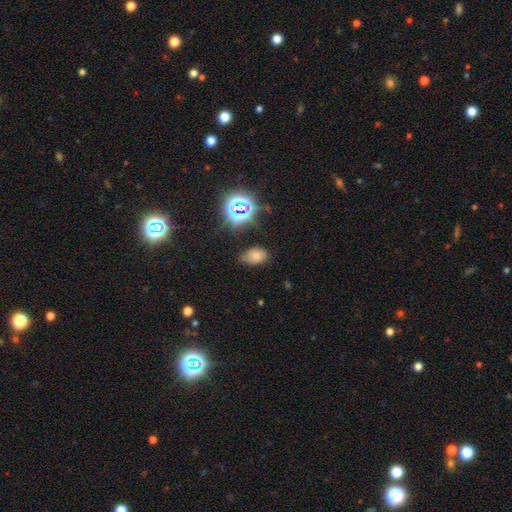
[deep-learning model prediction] The model was most divided on "merging": none: 64%, minor disturbance: 26%, major disturbance: 7%, merger: 3%. More confident: how rounded — in between (80%); smooth or featured — smooth (66%).